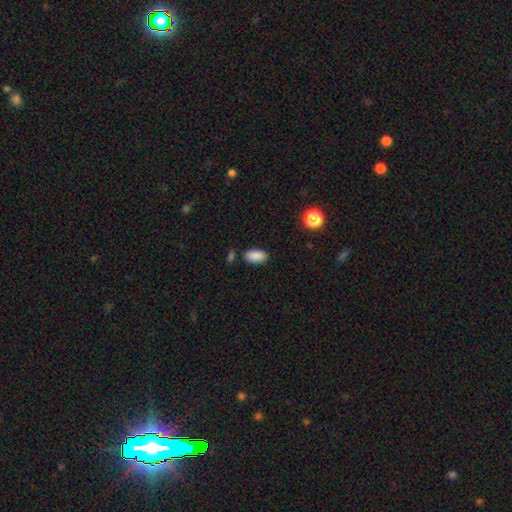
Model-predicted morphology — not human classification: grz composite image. It shows a smooth galaxy with no disk features (88%) that is in between round and cigar-shaped (93%). Merging: none (82%).